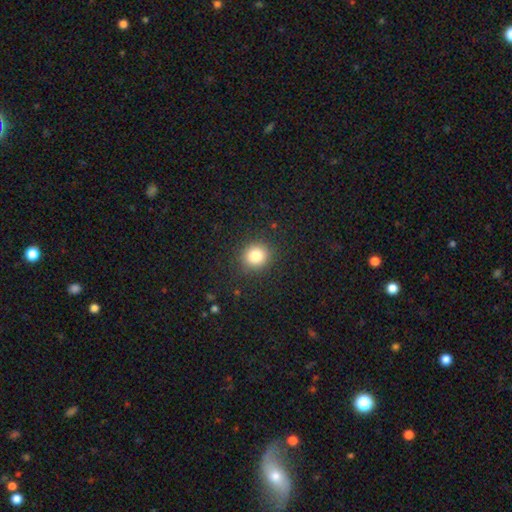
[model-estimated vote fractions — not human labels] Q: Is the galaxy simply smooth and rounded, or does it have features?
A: smooth — 82%.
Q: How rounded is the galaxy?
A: round — 87%.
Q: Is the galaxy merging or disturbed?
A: none — 89%.